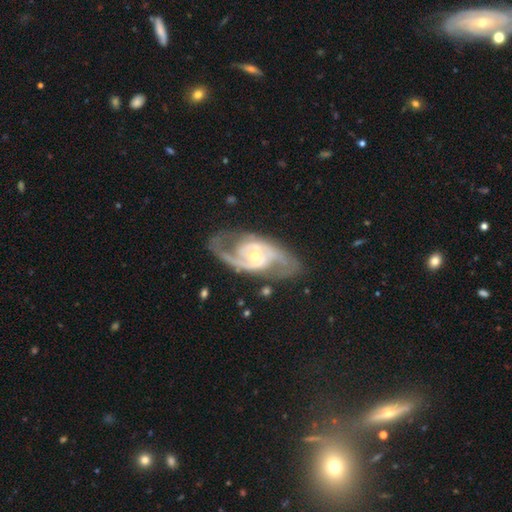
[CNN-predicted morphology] A featured or disk galaxy (91%) with no bar (58%), 2 (86%) medium (53%) spiral arms (97%) and a moderate central bulge (48%, tied with small). Merging: none (72%).